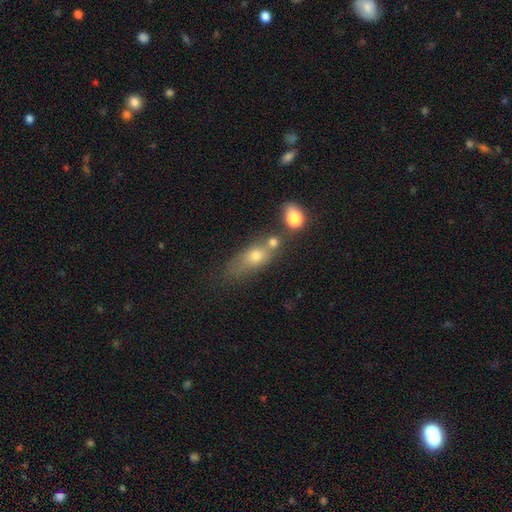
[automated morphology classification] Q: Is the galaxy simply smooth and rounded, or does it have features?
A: smooth — 65%.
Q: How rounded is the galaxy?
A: in between — 58%.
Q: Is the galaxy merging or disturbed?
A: none — 39%.